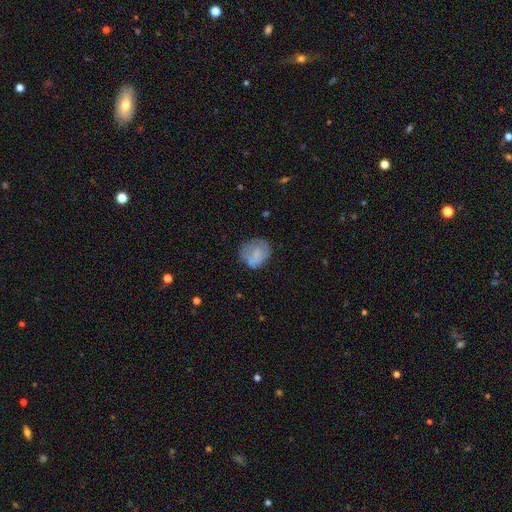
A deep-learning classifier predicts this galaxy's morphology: Smooth or featured? smooth (60%)
How rounded? round (67%)
Merging? none (59%)